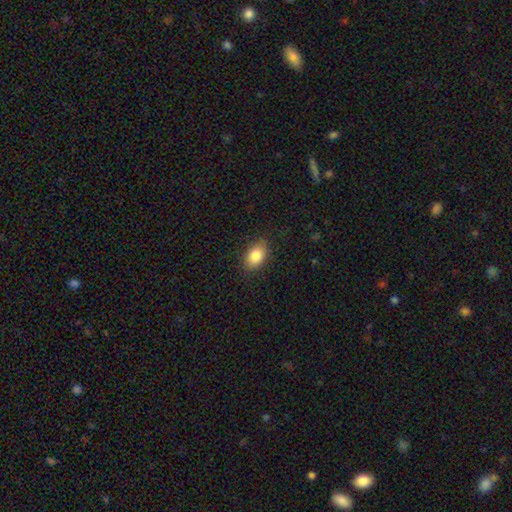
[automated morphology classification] Overall: smooth (84%). How rounded: in between (85%). Merging: none (86%).